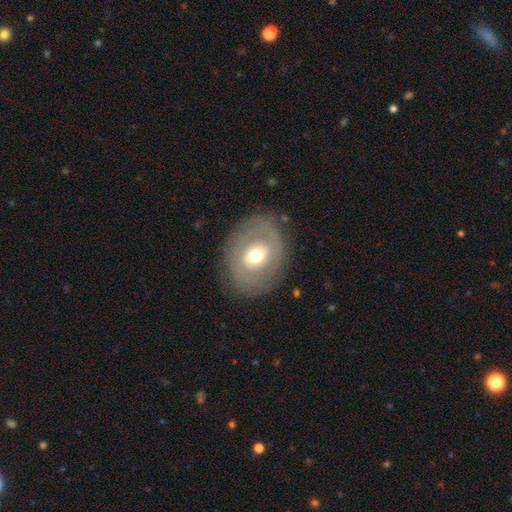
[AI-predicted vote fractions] smooth-or-featured: featured or disk: 59% | smooth: 34% | star or artifact: 7%
  disk-edge-on: no: 94% | yes: 6%
    bar: no: 60% | weak: 29% | strong: 11%
    has-spiral-arms: no: 60% | yes: 40%
    bulge-size: moderate: 70% | small: 20% | large: 8% | dominant: 1% | none: 1%
  merging: none: 81% | minor disturbance: 13% | major disturbance: 5% | merger: 1%